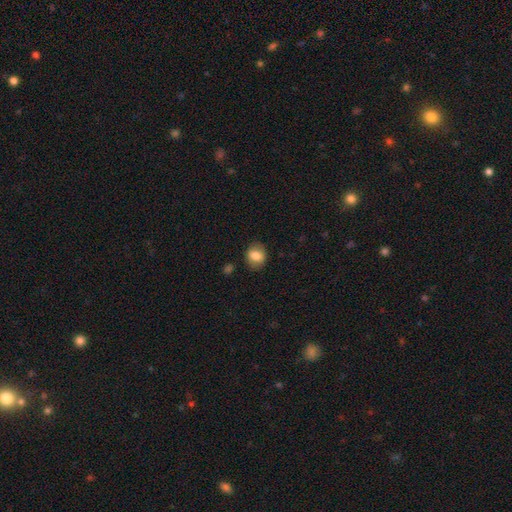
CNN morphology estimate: The model was most divided on "how rounded": round: 50%, in between: 49%, cigar-shaped: 1%. More confident: merging — none (83%); smooth or featured — smooth (78%).